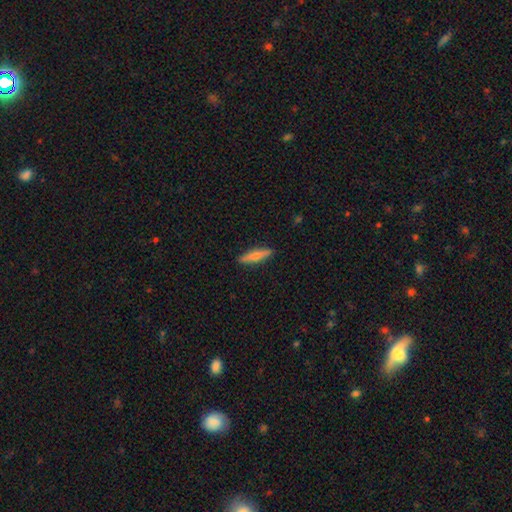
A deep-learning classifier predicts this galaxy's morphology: Smooth or featured?
  - smooth: 64% *
  - featured or disk: 30%
  - star or artifact: 6%
How rounded?
  - cigar-shaped: 81% *
  - in between: 17%
  - round: 2%
Merging?
  - none: 89% *
  - minor disturbance: 8%
  - major disturbance: 2%
  - merger: 1%